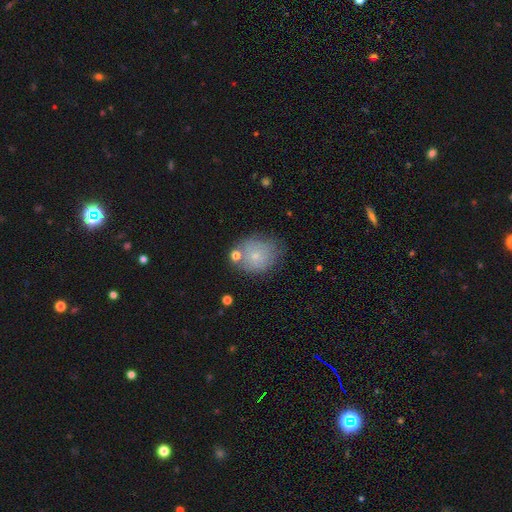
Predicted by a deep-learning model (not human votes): Smooth or featured? smooth (66%)
How rounded? round (65%)
Merging? none (59%)